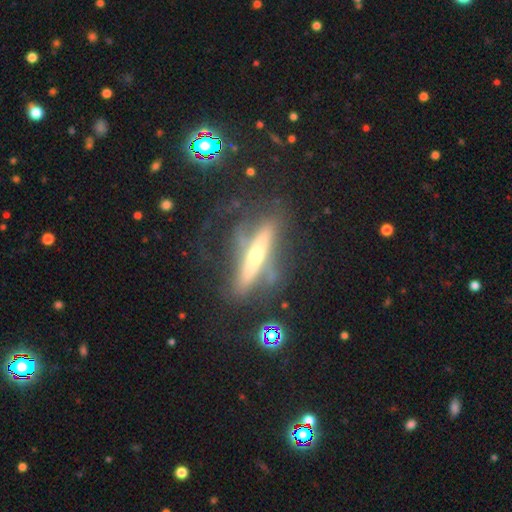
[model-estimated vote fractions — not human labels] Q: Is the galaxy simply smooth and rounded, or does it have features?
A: featured or disk — 77%.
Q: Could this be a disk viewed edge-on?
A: yes — 87%.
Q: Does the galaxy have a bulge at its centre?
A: rounded — 83%.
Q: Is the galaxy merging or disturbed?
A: none — 58%.